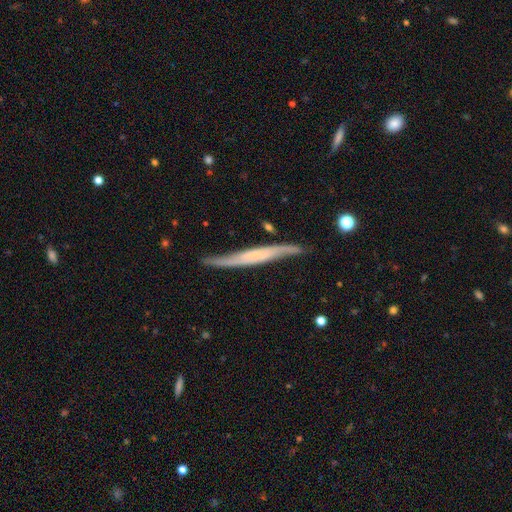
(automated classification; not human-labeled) smooth-or-featured: featured or disk: 71% | smooth: 23% | star or artifact: 6%
  disk-edge-on: yes: 77% | no: 23%
    edge-on-bulge: none: 62% | rounded: 20% | boxy: 18%
  merging: none: 71% | minor disturbance: 21% | major disturbance: 5% | merger: 3%